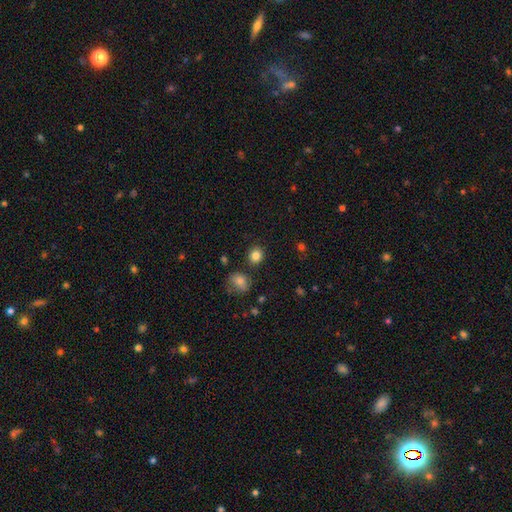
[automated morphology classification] This appears to be a smooth galaxy with no disk features (84%) that is round (81%). Merging: none (85%).